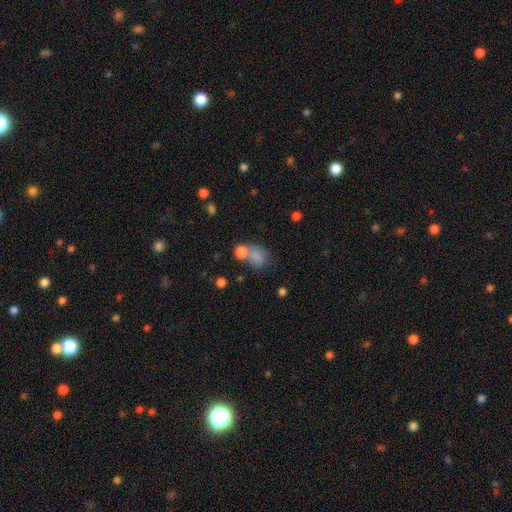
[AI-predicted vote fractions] A smooth galaxy with no disk features (78%) that is in between round and cigar-shaped (56%).

Vote fractions:
- Smooth or featured? smooth: 78% / star or artifact: 13% / featured or disk: 10%
- How rounded? in between: 56% / round: 43% / cigar-shaped: 1%
- Merging? none: 40% / merger: 31% / minor disturbance: 18% / major disturbance: 12%